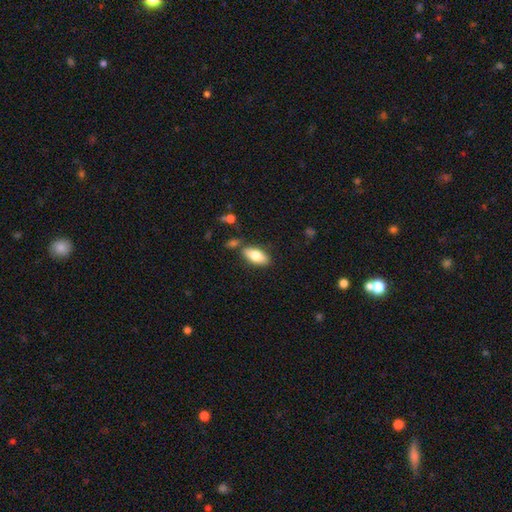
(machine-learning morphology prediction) Overall: smooth (77%). How rounded: in between (87%). Merging: none (78%).